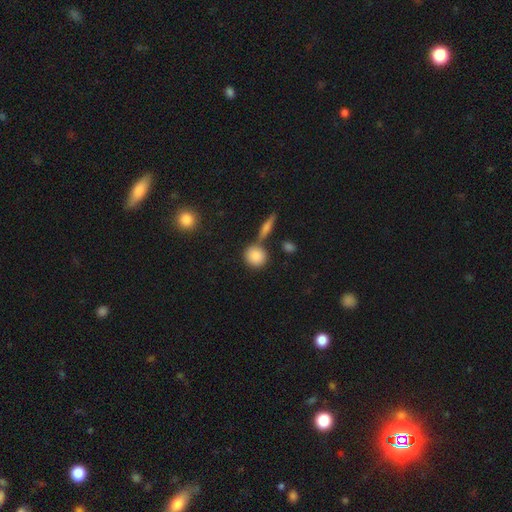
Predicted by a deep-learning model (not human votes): Smooth or featured? smooth (84%)
How rounded? round (82%)
Merging? none (69%)